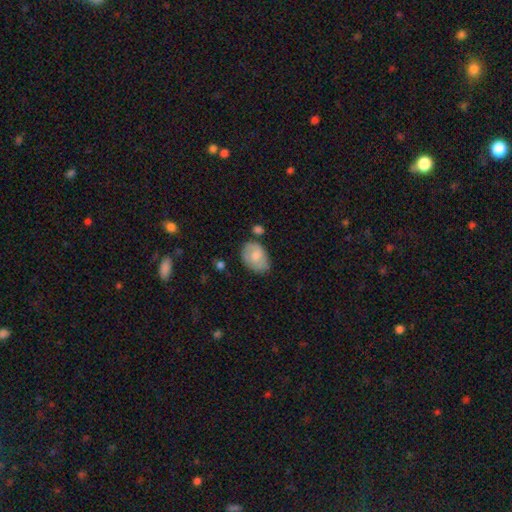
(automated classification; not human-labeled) Smooth or featured: smooth — 68% (featured or disk — 25%)
How rounded: in between — 82% (round — 17%)
Merging: none — 61% (minor disturbance — 26%)